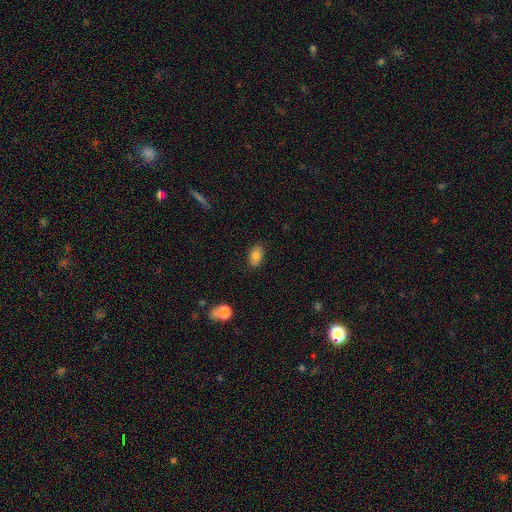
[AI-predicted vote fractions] smooth-or-featured: smooth: 81% | featured or disk: 10% | star or artifact: 9%
  how-rounded: in between: 90% | round: 8% | cigar-shaped: 2%
  merging: none: 86% | minor disturbance: 10% | major disturbance: 2% | merger: 1%